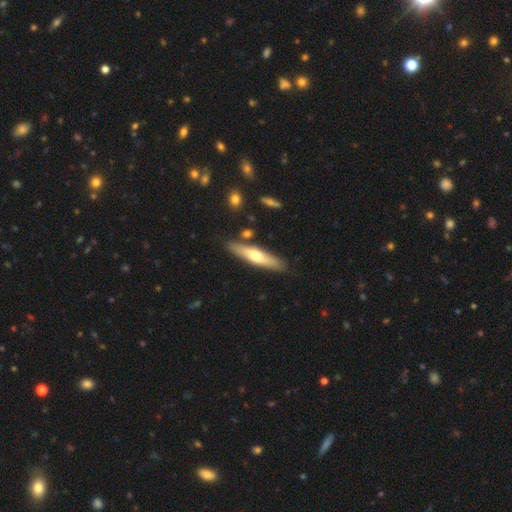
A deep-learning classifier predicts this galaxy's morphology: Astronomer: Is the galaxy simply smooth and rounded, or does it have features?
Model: smooth — 52% (runner-up: featured or disk, 43%).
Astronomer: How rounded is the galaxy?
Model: cigar-shaped — 80%.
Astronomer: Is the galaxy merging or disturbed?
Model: none — 85%.